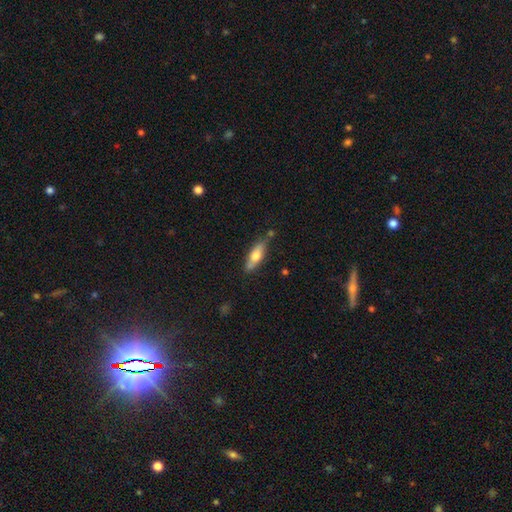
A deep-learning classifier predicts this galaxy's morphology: The model was most divided on "how rounded": in between: 52%, cigar-shaped: 46%, round: 2%. More confident: merging — none (72%); smooth or featured — smooth (62%).